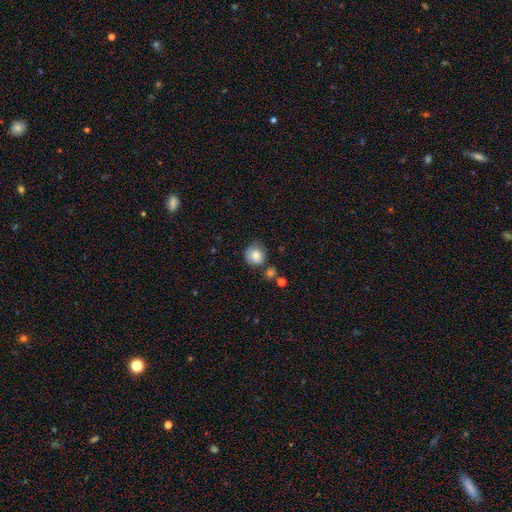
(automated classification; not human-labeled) A smooth galaxy with no disk features (80%) that is round (88%). Merging: none (66%).